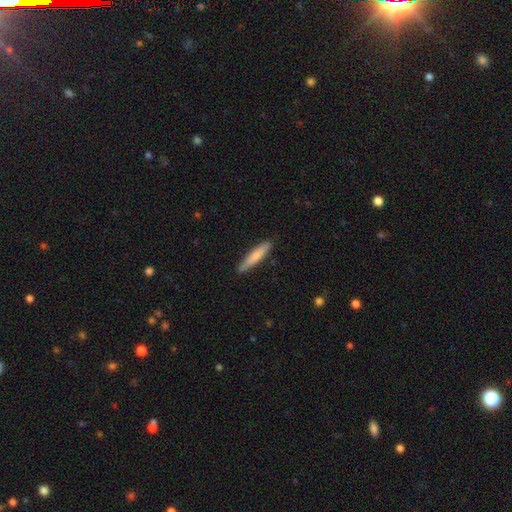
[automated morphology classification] This is likely a smooth galaxy (75%). How rounded: clearly cigar-shaped (88%). Merging: clearly none (85%).